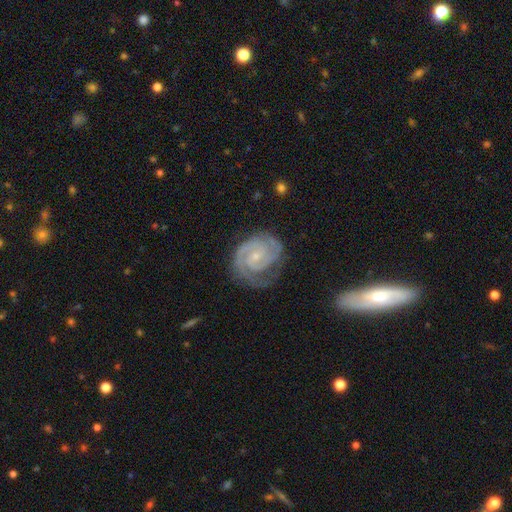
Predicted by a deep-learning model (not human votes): smooth-or-featured: featured or disk: 91% | smooth: 5% | star or artifact: 4%
  disk-edge-on: no: 98% | yes: 2%
    bar: no: 60% | weak: 32% | strong: 8%
    has-spiral-arms: yes: 98% | no: 2%
      spiral-winding: tight: 71% | medium: 25% | loose: 3%
      spiral-arm-count: 2: 68% | 3: 16% | can't tell: 7% | 1: 4% | 4: 3% | more than 4: 3%
    bulge-size: small: 77% | moderate: 18% | none: 3% | large: 1% | dominant: 1%
  merging: none: 70% | minor disturbance: 20% | major disturbance: 8% | merger: 2%